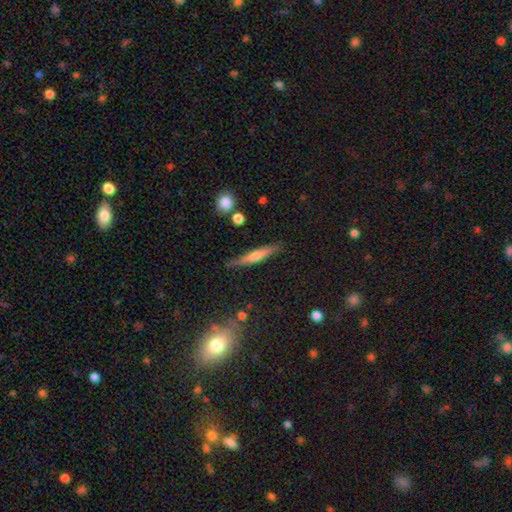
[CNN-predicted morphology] Q: Smooth or featured?
A: smooth (47%); runner-up: featured or disk (45%)
Q: Merging?
A: none (83%); runner-up: minor disturbance (12%)